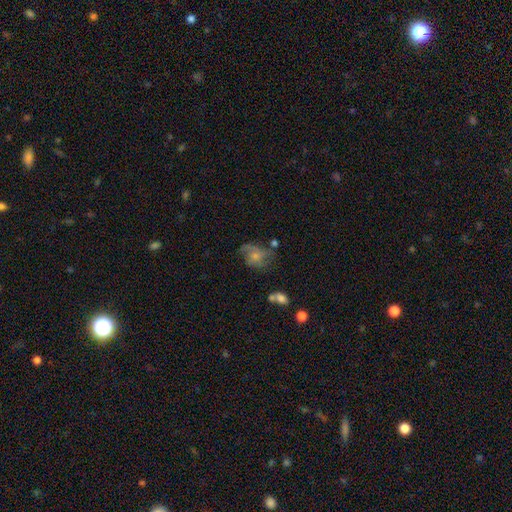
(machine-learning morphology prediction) This is likely a featured or disk galaxy (64%). It is clearly not viewed edge-on (97%). Bar: likely no (68%). Spiral arm pattern: clearly yes (86%). Spiral arm count: marginally 2 (41%). Spiral winding: marginally medium (45%). Central bulge: possibly small (55%). Merging: possibly none (50%).